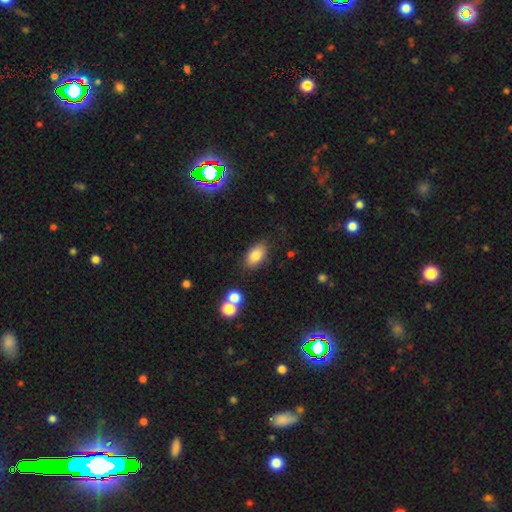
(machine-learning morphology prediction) smooth_or_featured: smooth (p=0.81) [alt: featured or disk p=0.10]
how_rounded: in between (p=0.89) [alt: round p=0.07]
merging: none (p=0.80) [alt: minor disturbance p=0.12]